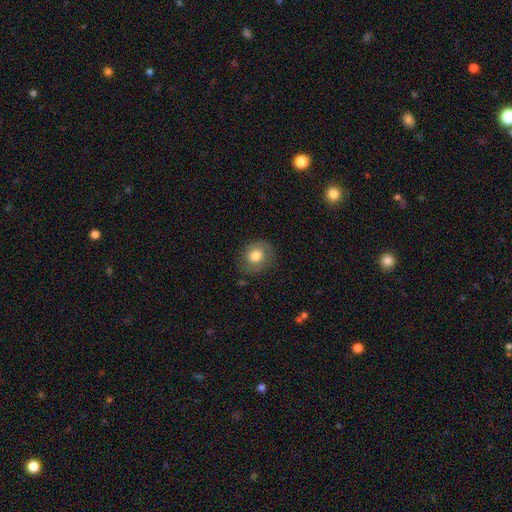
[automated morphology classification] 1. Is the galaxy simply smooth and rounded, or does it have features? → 57% smooth, 34% featured or disk, 9% star or artifact.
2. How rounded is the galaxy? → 75% round, 24% in between, 1% cigar-shaped.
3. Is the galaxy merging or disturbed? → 75% none, 17% minor disturbance, 7% major disturbance, 1% merger.